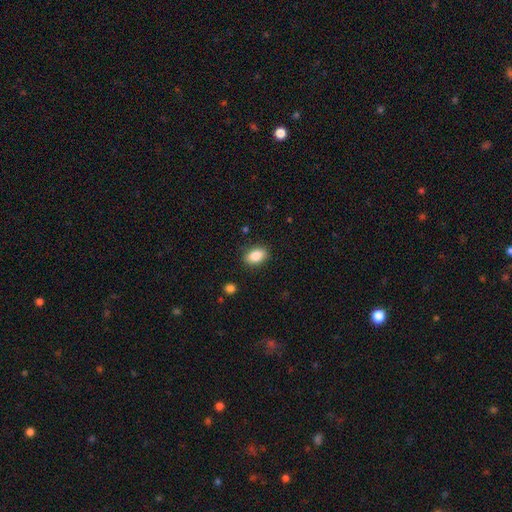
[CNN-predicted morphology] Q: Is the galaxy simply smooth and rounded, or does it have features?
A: smooth — 86%.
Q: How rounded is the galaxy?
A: in between — 87%.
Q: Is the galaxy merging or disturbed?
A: none — 87%.